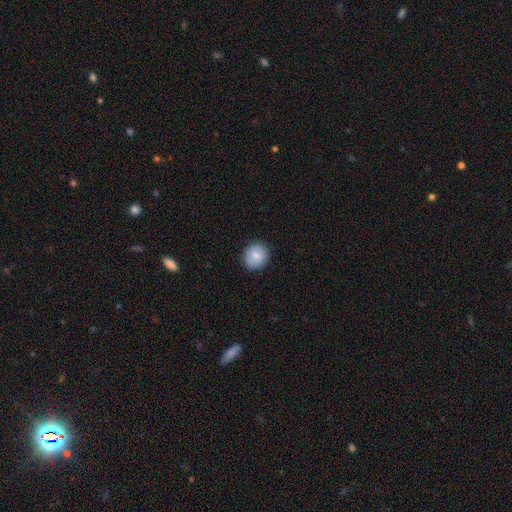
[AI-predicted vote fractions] smooth_or_featured: smooth (p=0.74) [alt: featured or disk p=0.19]
how_rounded: round (p=0.84) [alt: in between p=0.15]
merging: none (p=0.86) [alt: minor disturbance p=0.10]